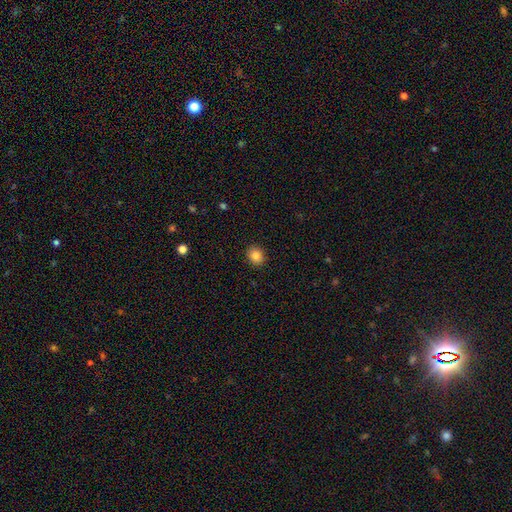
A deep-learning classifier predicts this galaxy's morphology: A smooth galaxy with no disk features (83%) that is round (74%).

Vote fractions:
- Smooth or featured? smooth: 83% / star or artifact: 11% / featured or disk: 6%
- How rounded? round: 74% / in between: 25% / cigar-shaped: 1%
- Merging? none: 91% / minor disturbance: 6% / major disturbance: 2% / merger: 1%